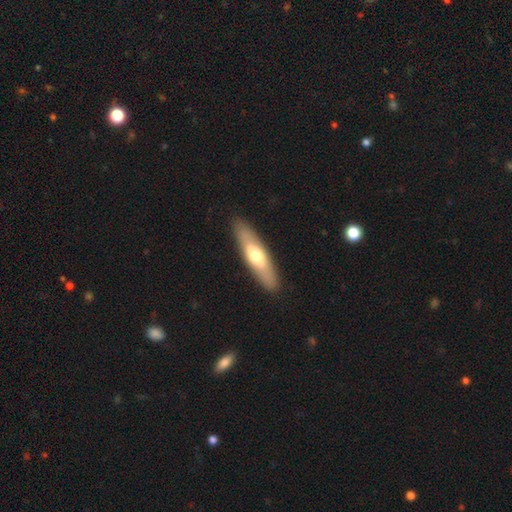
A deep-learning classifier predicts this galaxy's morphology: A smooth galaxy with no disk features (56%) that is cigar-shaped (67%). Merging: none (89%).